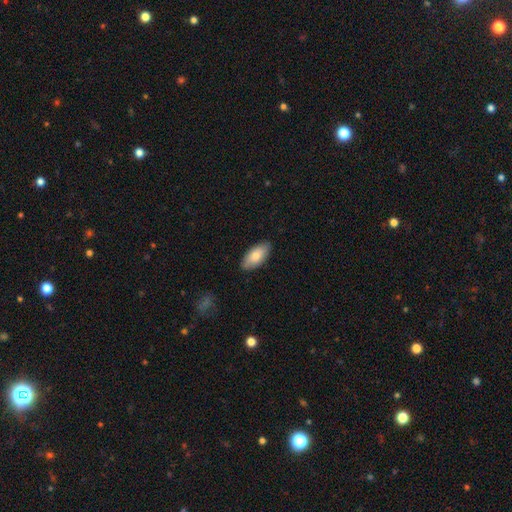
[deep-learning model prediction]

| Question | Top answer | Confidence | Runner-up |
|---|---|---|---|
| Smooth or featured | smooth | 81% | featured or disk (13%) |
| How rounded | in between | 92% | cigar-shaped (6%) |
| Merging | none | 86% | minor disturbance (11%) |